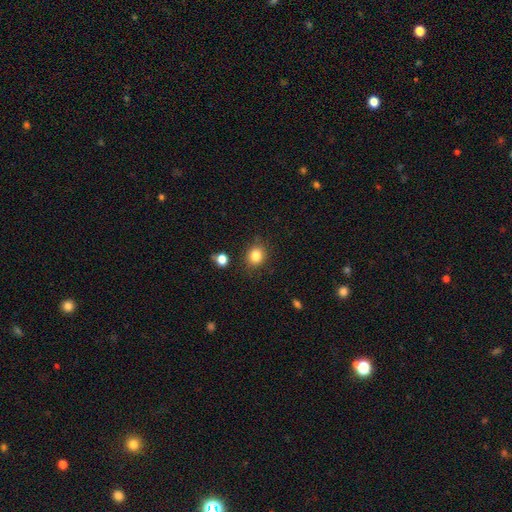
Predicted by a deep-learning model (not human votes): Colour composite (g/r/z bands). It shows a smooth galaxy with no disk features (84%) that is round (67%). Merging: none (83%).